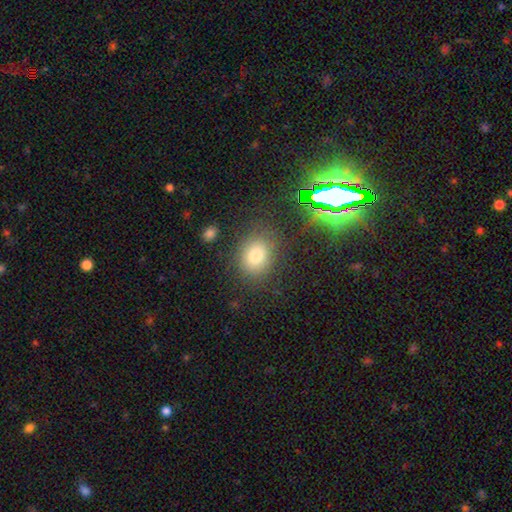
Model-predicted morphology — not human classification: A smooth galaxy with no disk features (76%) that is round (57%).

Vote fractions:
- Smooth or featured? smooth: 76% / star or artifact: 14% / featured or disk: 9%
- How rounded? round: 57% / in between: 42% / cigar-shaped: 1%
- Merging? none: 80% / minor disturbance: 12% / major disturbance: 5% / merger: 3%